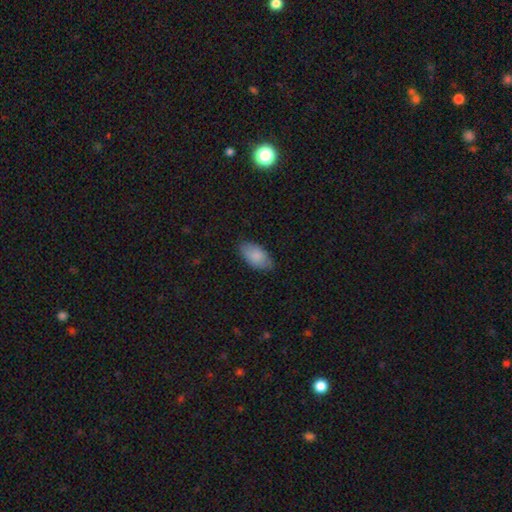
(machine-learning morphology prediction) smooth-or-featured: smooth: 86% | featured or disk: 8% | star or artifact: 6%
  how-rounded: in between: 95% | cigar-shaped: 3% | round: 3%
  merging: none: 82% | minor disturbance: 15% | major disturbance: 3% | merger: 1%